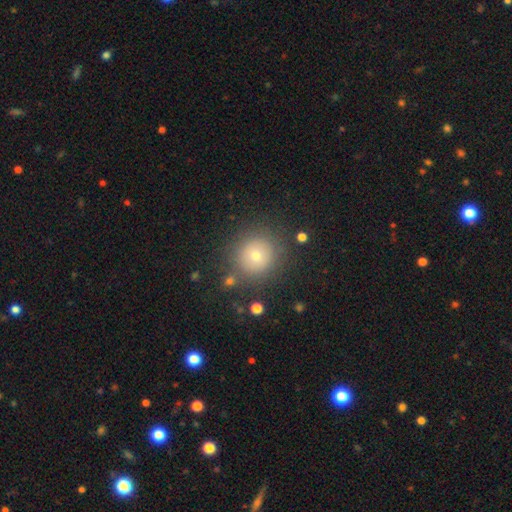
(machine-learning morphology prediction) smooth_or_featured: smooth (p=0.70) [alt: star or artifact p=0.17]
how_rounded: round (p=0.93) [alt: in between p=0.06]
merging: none (p=0.85) [alt: minor disturbance p=0.09]